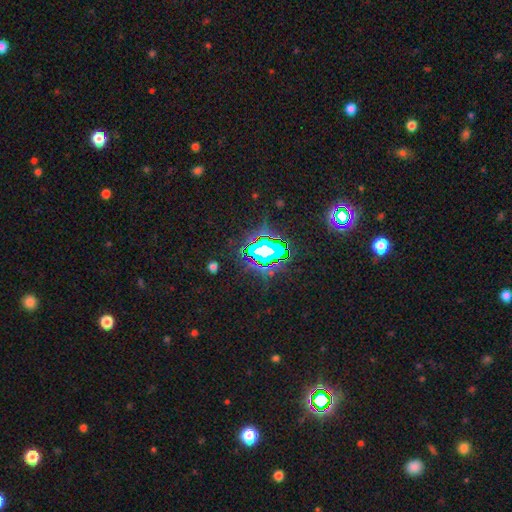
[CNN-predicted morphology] Smooth or featured?
  - star or artifact: 78% *
  - smooth: 13%
  - featured or disk: 9%